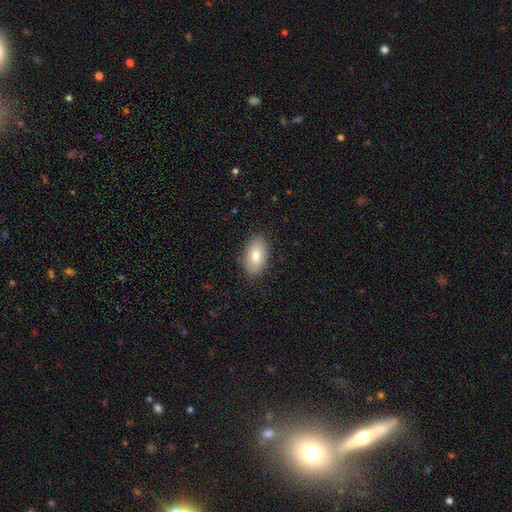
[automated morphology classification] A smooth galaxy with no disk features (83%) that is in between round and cigar-shaped (94%). Merging: none (87%).